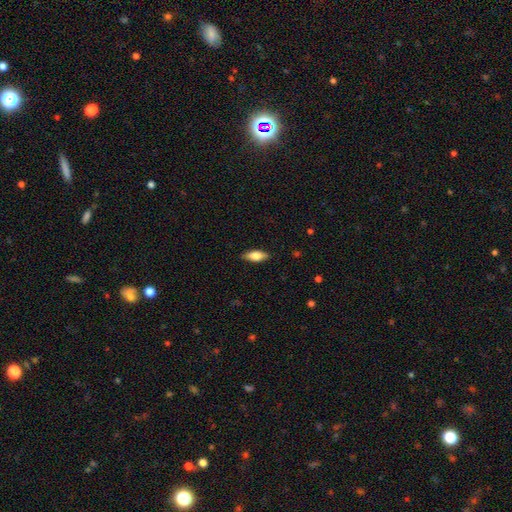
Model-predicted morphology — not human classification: This appears to be a smooth galaxy with no disk features (70%) that is in between round and cigar-shaped (75%). Merging: none (86%).